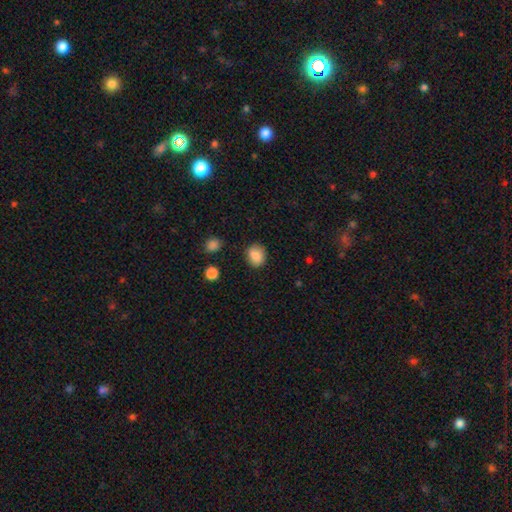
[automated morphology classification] A smooth galaxy with no disk features (85%) that is round (65%).

Vote fractions:
- Smooth or featured? smooth: 85% / star or artifact: 9% / featured or disk: 6%
- How rounded? round: 65% / in between: 34% / cigar-shaped: 1%
- Merging? none: 81% / minor disturbance: 14% / major disturbance: 3% / merger: 2%